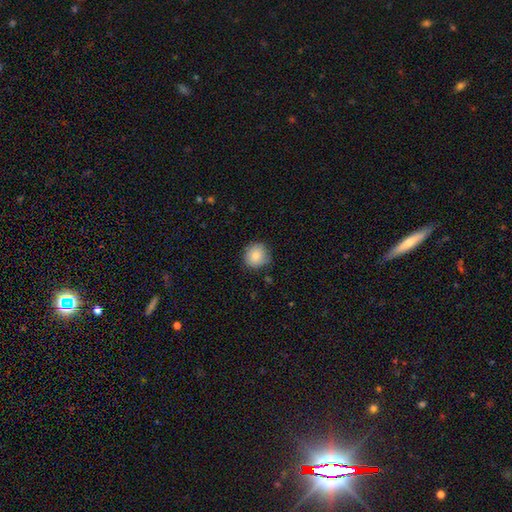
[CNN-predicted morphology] A smooth galaxy with no disk features (84%) that is round (89%). Merging: none (80%).